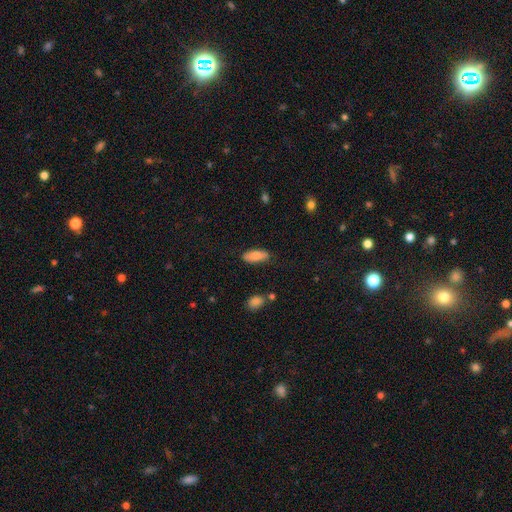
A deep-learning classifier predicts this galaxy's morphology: smooth 85%, featured or disk 8%, star or artifact 7%. Down the decision tree: how rounded — in between (77%); merging — none (81%).